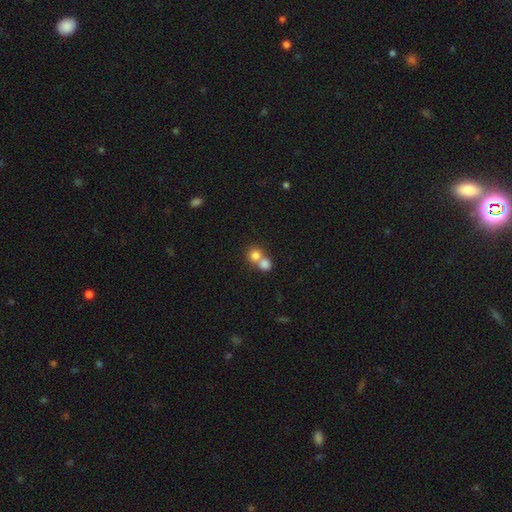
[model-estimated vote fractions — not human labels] A smooth galaxy with no disk features (79%) that is round (85%).

Vote fractions:
- Smooth or featured? smooth: 79% / featured or disk: 11% / star or artifact: 11%
- How rounded? round: 85% / in between: 14% / cigar-shaped: 1%
- Merging? merger: 56% / none: 36% / minor disturbance: 5% / major disturbance: 2%